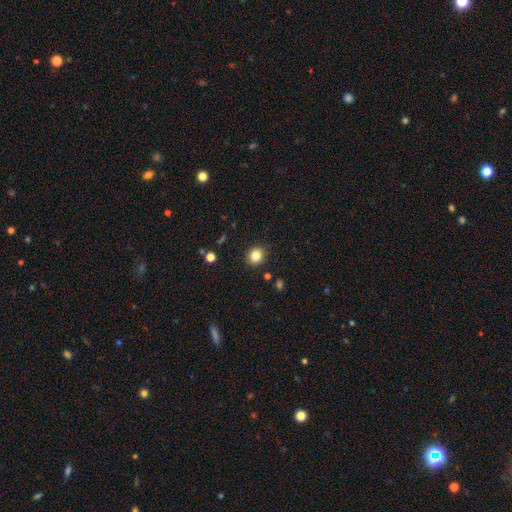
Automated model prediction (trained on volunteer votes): Q: Smooth or featured?
A: smooth (83%); runner-up: star or artifact (11%)
Q: How rounded?
A: round (79%); runner-up: in between (21%)
Q: Merging?
A: none (89%); runner-up: minor disturbance (7%)